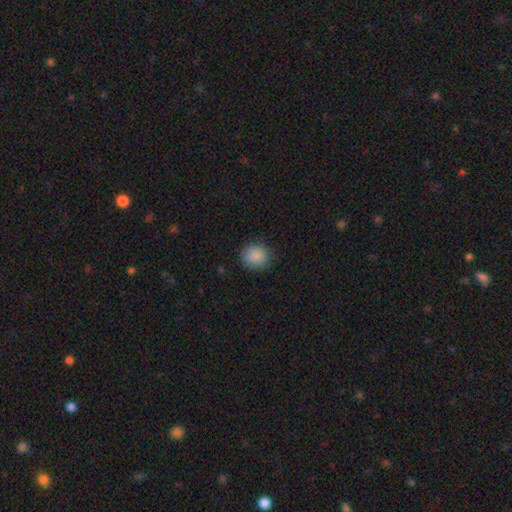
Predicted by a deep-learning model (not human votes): Smooth or featured? smooth (87%)
How rounded? round (81%)
Merging? none (85%)